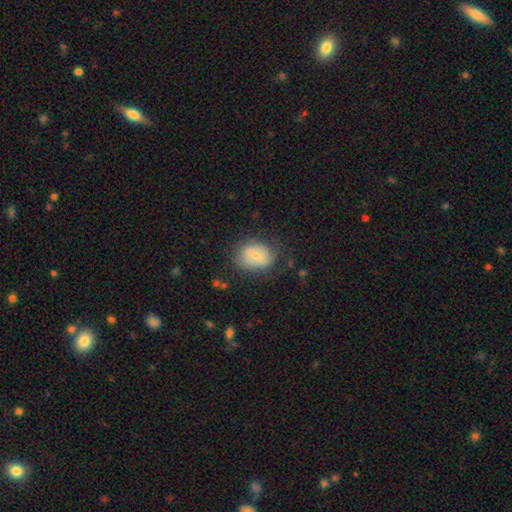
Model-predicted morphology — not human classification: This appears to be a smooth galaxy with no disk features (58%) that is in between round and cigar-shaped (56%). Merging: none (67%).